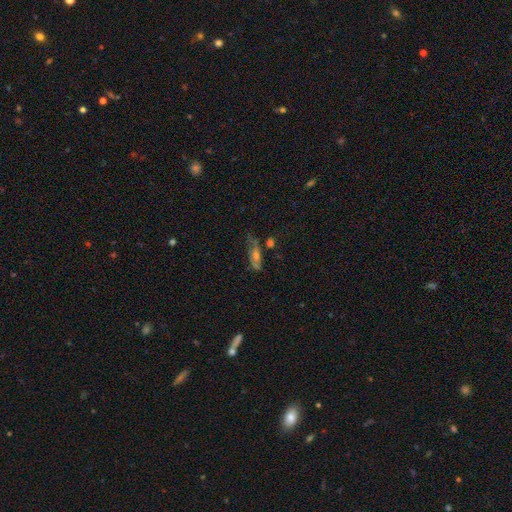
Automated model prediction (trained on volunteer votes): Overall: featured or disk (50%; smooth 34%). Merging: none (52%; minor disturbance 23%).